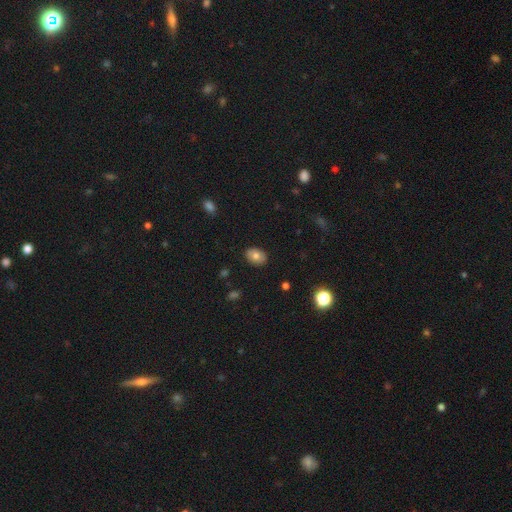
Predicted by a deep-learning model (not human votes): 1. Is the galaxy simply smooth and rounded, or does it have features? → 77% smooth, 14% featured or disk, 9% star or artifact.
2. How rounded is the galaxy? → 75% in between, 24% round, 1% cigar-shaped.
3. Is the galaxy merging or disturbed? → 88% none, 9% minor disturbance, 2% major disturbance, 1% merger.